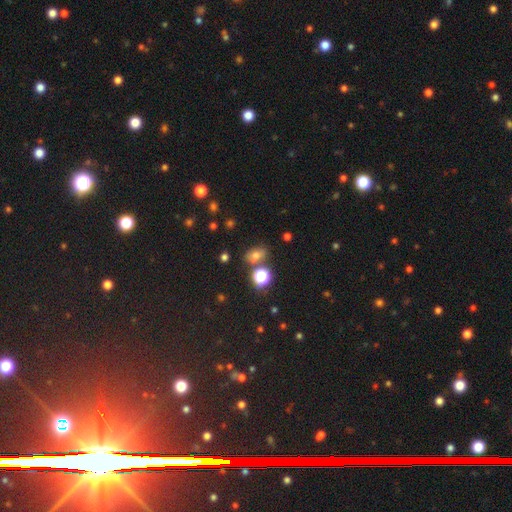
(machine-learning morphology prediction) This is likely a smooth galaxy (64%). How rounded: likely in between (69%). Merging: likely none (73%).